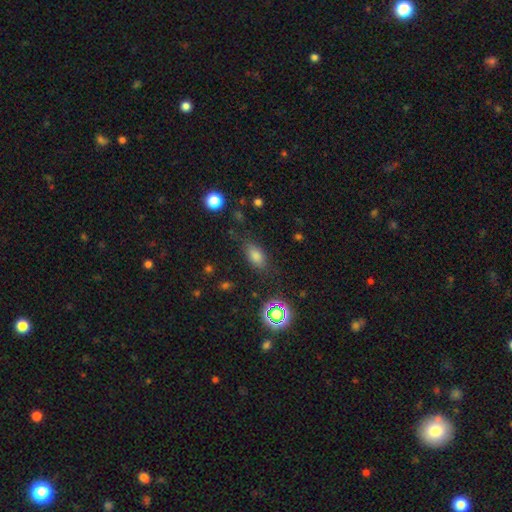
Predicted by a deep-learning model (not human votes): smooth-or-featured: smooth: 74% | star or artifact: 17% | featured or disk: 9%
  how-rounded: in between: 82% | round: 11% | cigar-shaped: 8%
  merging: none: 77% | minor disturbance: 16% | major disturbance: 5% | merger: 2%